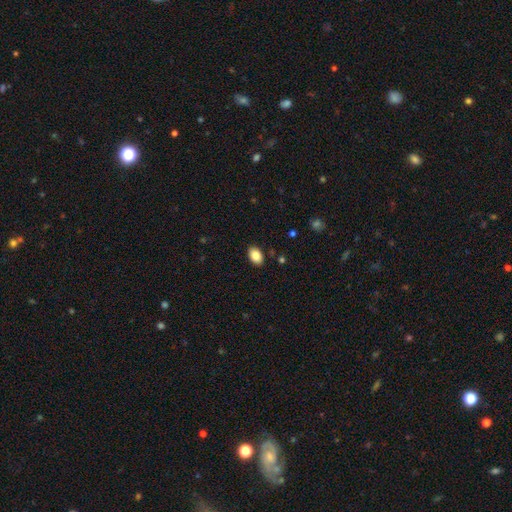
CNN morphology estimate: Overall: smooth (85%). How rounded: in between (87%). Merging: none (89%).